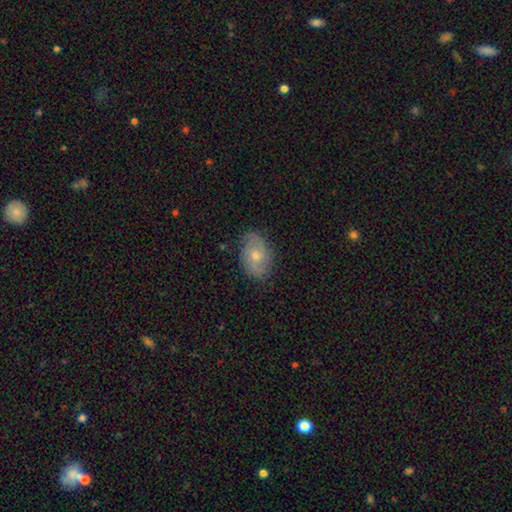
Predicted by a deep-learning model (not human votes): The model was most divided on "bulge size": small: 49%, moderate: 47%, large: 1%, none: 1%, dominant: 1%. More confident: edge-on disk — no (95%); spiral arms — yes (82%); bar — no (78%); merging — none (77%); smooth or featured — featured or disk (57%).